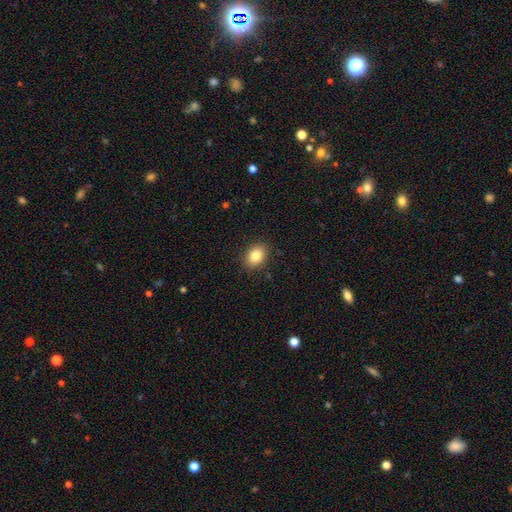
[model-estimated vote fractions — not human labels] The model was most divided on "how rounded": in between: 67%, round: 32%, cigar-shaped: 1%. More confident: merging — none (88%); smooth or featured — smooth (84%).